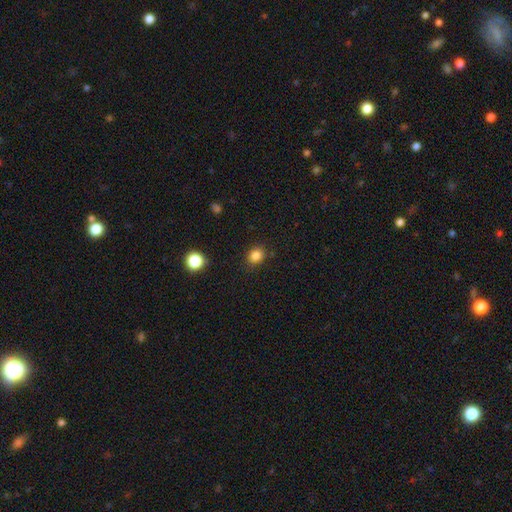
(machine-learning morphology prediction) The model was most divided on "how rounded": round: 60%, in between: 39%, cigar-shaped: 1%. More confident: merging — none (85%); smooth or featured — smooth (84%).